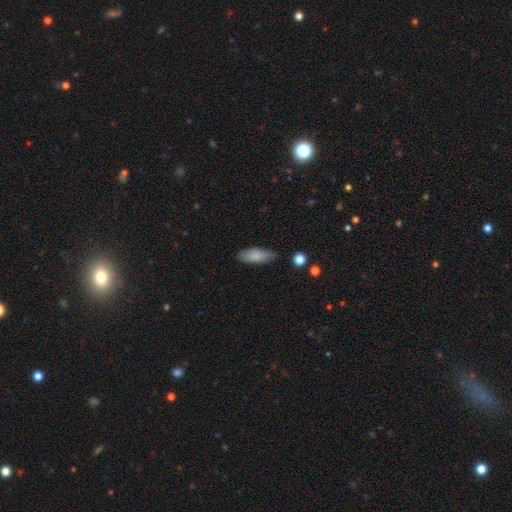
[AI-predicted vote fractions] Smooth or featured? Predicted: smooth (p=0.83). How rounded? Predicted: in between (p=0.67). Merging? Predicted: none (p=0.83).